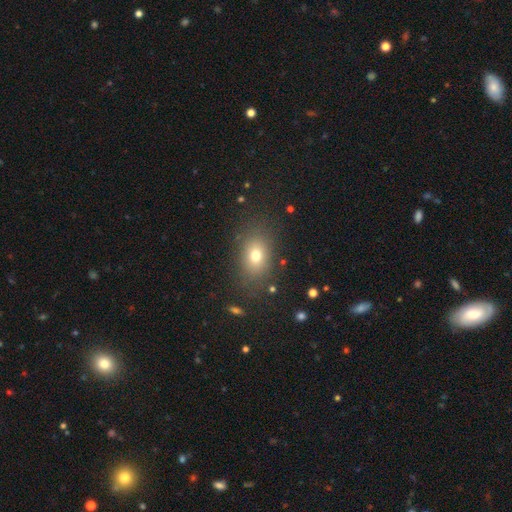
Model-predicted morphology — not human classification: A smooth galaxy with no disk features (74%) that is in between round and cigar-shaped (73%).

Vote fractions:
- Smooth or featured? smooth: 74% / star or artifact: 14% / featured or disk: 12%
- How rounded? in between: 73% / round: 26% / cigar-shaped: 2%
- Merging? none: 82% / minor disturbance: 11% / major disturbance: 5% / merger: 2%